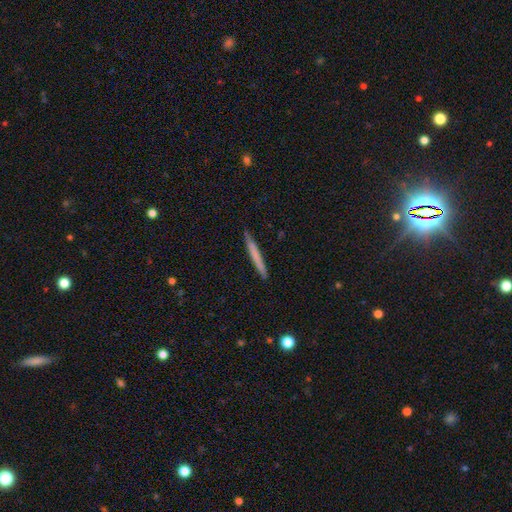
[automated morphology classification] Smooth or featured: smooth — 64% (featured or disk — 31%)
How rounded: cigar-shaped — 97% (in between — 2%)
Merging: none — 90% (minor disturbance — 7%)